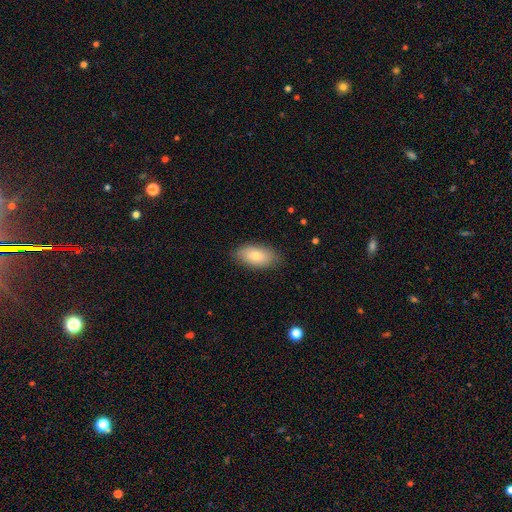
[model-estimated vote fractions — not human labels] This is clearly a smooth galaxy (80%). How rounded: clearly in between (93%). Merging: clearly none (84%).